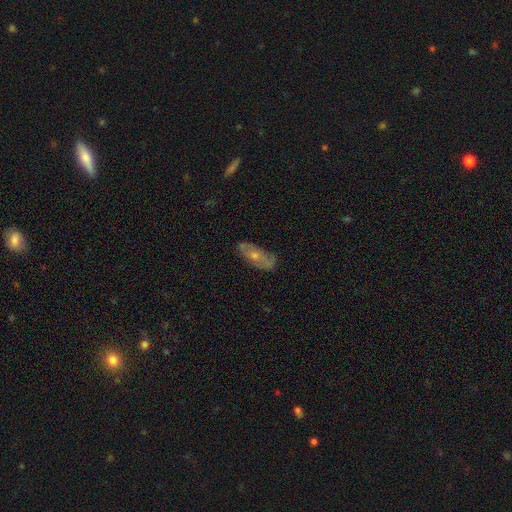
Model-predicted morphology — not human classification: Smooth or featured? Predicted: featured or disk (p=0.50). Merging? Predicted: none (p=0.66).